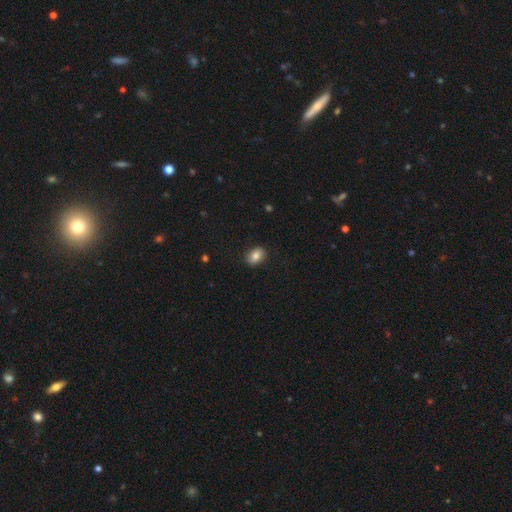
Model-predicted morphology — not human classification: smooth-or-featured: smooth: 83% | featured or disk: 9% | star or artifact: 8%
  how-rounded: in between: 81% | round: 18% | cigar-shaped: 1%
  merging: none: 87% | minor disturbance: 10% | major disturbance: 2% | merger: 1%